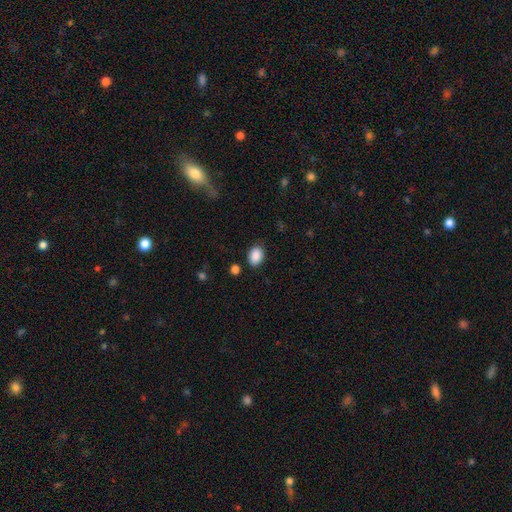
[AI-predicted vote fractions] Smooth or featured? smooth (89%)
How rounded? in between (79%)
Merging? none (84%)